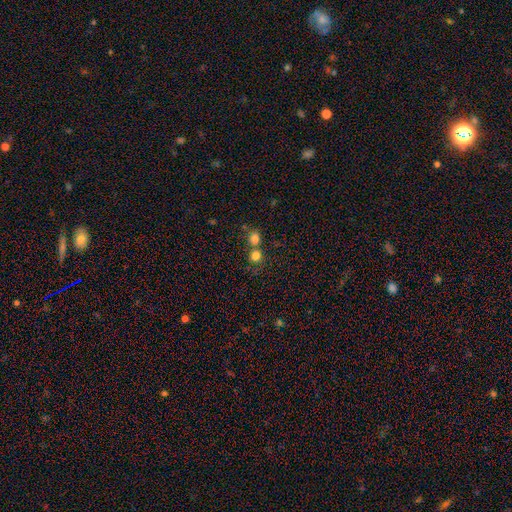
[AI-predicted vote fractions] Smooth or featured: smooth — 79% (star or artifact — 14%)
How rounded: round — 81% (in between — 18%)
Merging: none — 51% (merger — 39%)